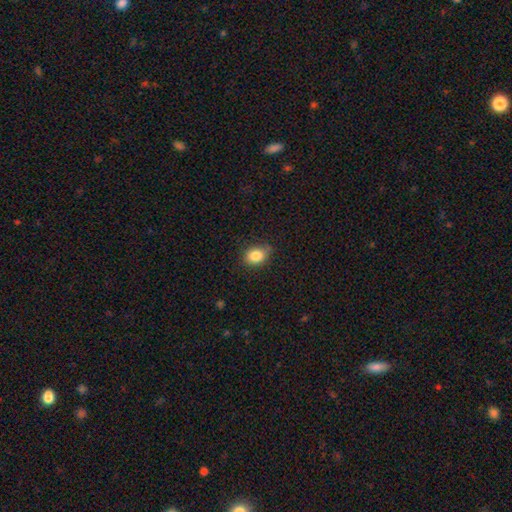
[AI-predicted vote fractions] Smooth or featured: smooth — 85% (star or artifact — 9%)
How rounded: in between — 69% (round — 30%)
Merging: none — 75% (minor disturbance — 20%)